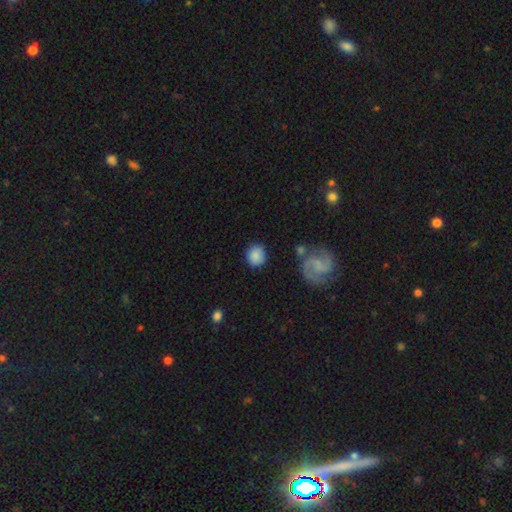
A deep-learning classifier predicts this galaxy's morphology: Smooth or featured: smooth — 80% (featured or disk — 12%)
How rounded: round — 83% (in between — 16%)
Merging: none — 79% (minor disturbance — 13%)